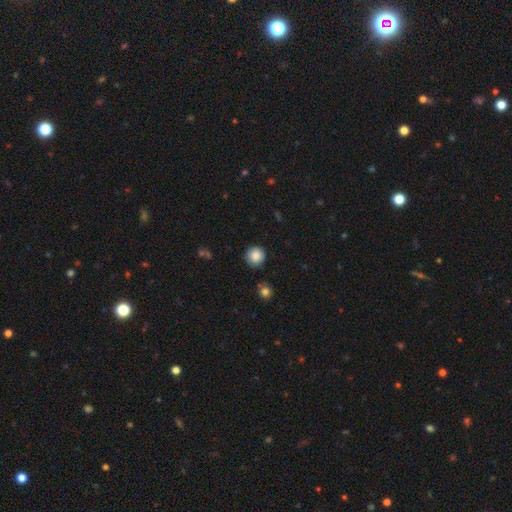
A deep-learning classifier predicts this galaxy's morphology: Smooth or featured: smooth — 86% (star or artifact — 9%)
How rounded: round — 94% (in between — 5%)
Merging: none — 87% (minor disturbance — 9%)